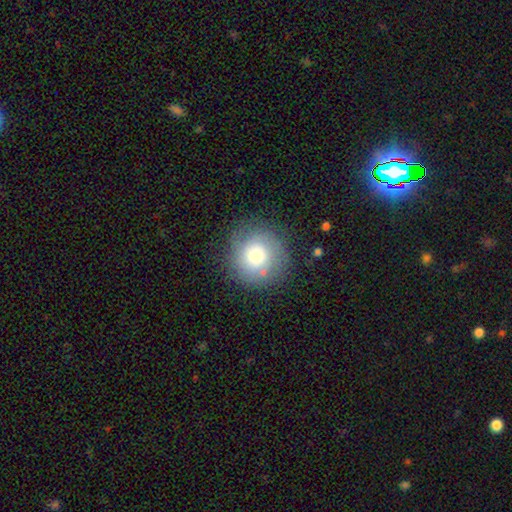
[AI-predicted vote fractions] smooth_or_featured: smooth (p=0.66) [alt: featured or disk p=0.25]
how_rounded: round (p=0.93) [alt: in between p=0.06]
merging: none (p=0.79) [alt: minor disturbance p=0.14]